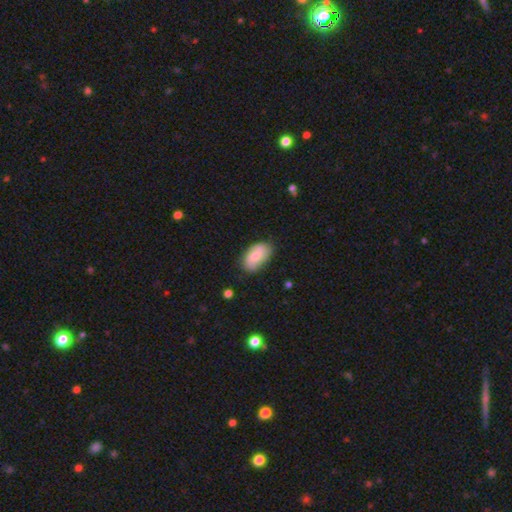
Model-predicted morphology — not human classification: This is likely a smooth galaxy (62%). How rounded: clearly in between (92%). Merging: likely none (77%).